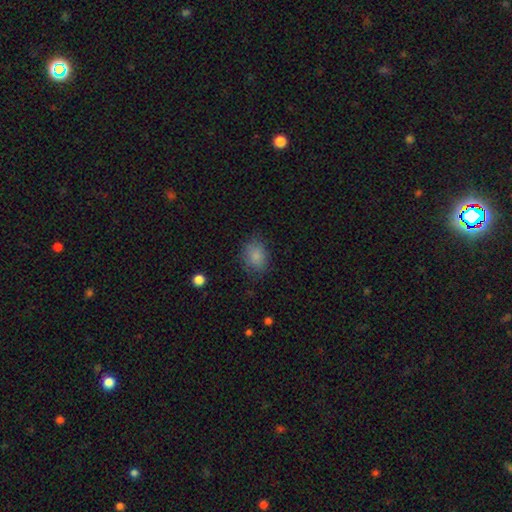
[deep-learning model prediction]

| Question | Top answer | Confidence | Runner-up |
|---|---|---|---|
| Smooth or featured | smooth | 85% | star or artifact (9%) |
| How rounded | in between | 60% | round (39%) |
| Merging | none | 75% | minor disturbance (18%) |